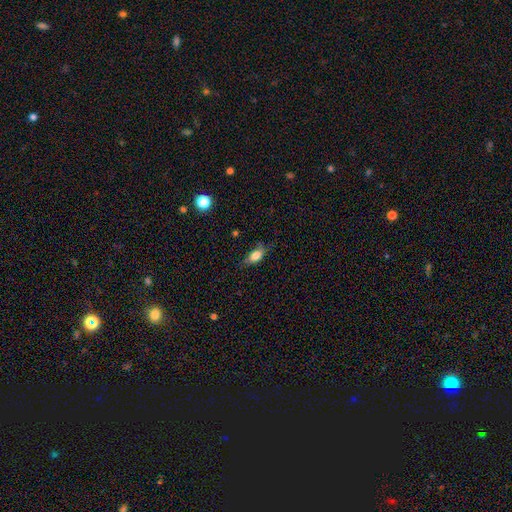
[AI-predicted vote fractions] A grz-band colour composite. It shows a smooth galaxy with no disk features (79%) that is in between round and cigar-shaped (82%). Merging: none (64%).